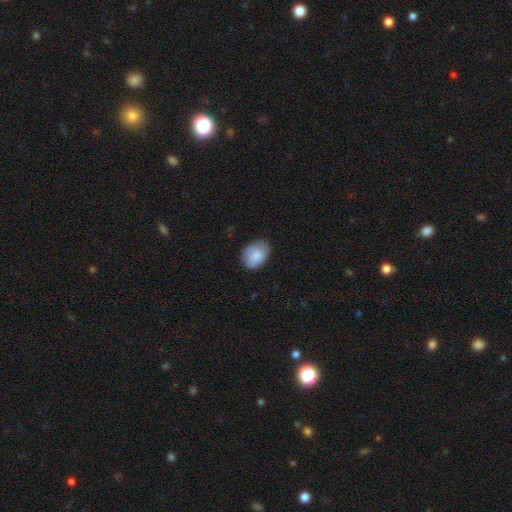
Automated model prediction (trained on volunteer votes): Overall: smooth (83%). How rounded: in between (68%; round 31%). Merging: none (74%).